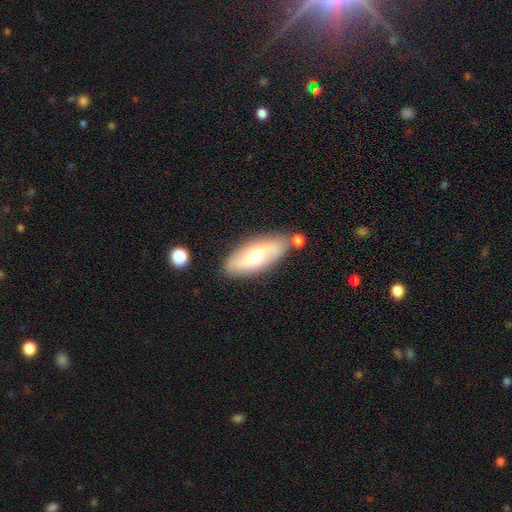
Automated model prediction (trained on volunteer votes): smooth_or_featured: featured or disk (p=0.51) [alt: smooth p=0.43]
disk_edge_on: no (p=0.81) [alt: yes p=0.19]
merging: none (p=0.81) [alt: minor disturbance p=0.11]